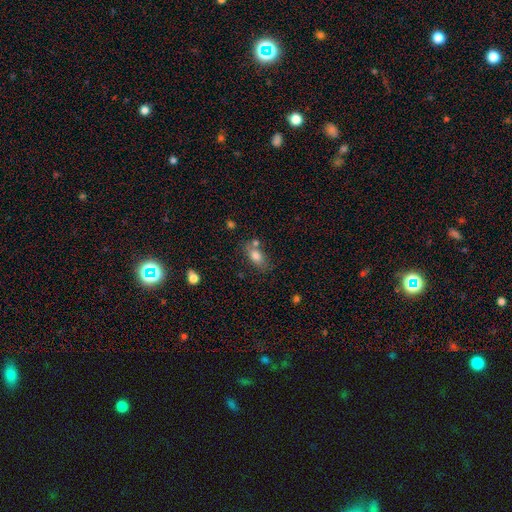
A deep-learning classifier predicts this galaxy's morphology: type=smooth (79%); roundness=in between (83%); merging=none (62%).